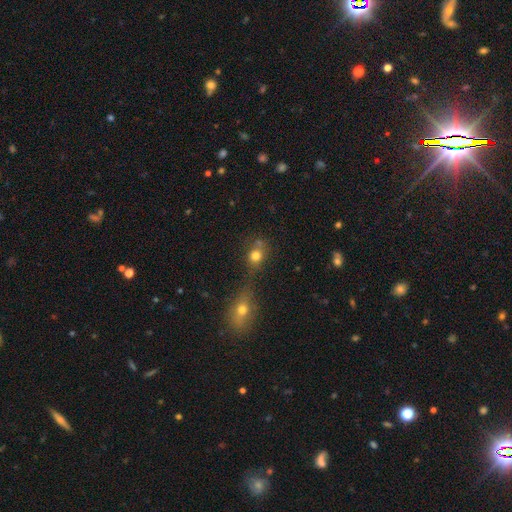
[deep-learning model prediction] A smooth galaxy with no disk features (75%) that is round (71%). Merging: none (47%).